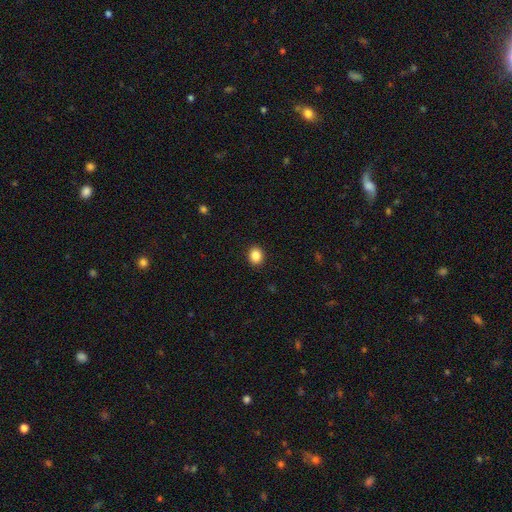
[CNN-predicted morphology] smooth_or_featured: smooth (p=0.87) [alt: star or artifact p=0.10]
how_rounded: round (p=0.60) [alt: in between p=0.39]
merging: none (p=0.92) [alt: minor disturbance p=0.05]